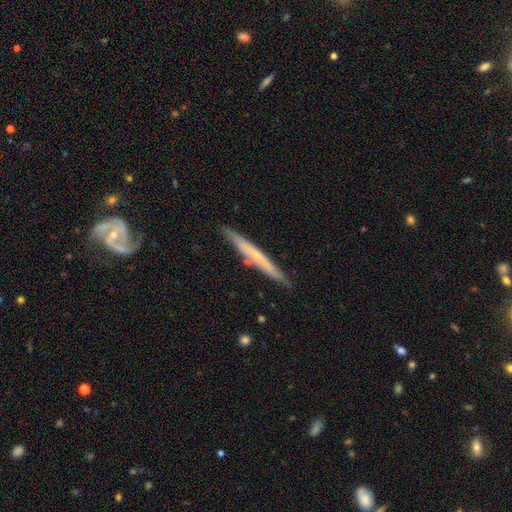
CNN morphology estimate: Q: Smooth or featured?
A: featured or disk (59%); runner-up: smooth (35%)
Q: Edge-on disk?
A: yes (92%); runner-up: no (8%)
Q: Edge-on bulge?
A: none (57%); runner-up: rounded (39%)
Q: Merging?
A: none (85%); runner-up: minor disturbance (11%)